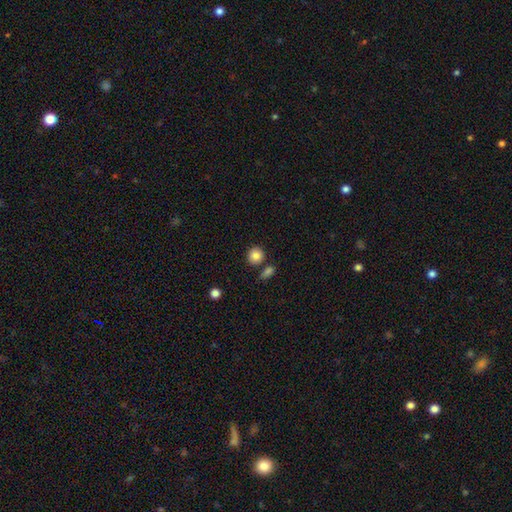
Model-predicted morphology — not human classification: Smooth or featured: smooth — 86% (star or artifact — 9%)
How rounded: round — 88% (in between — 11%)
Merging: none — 76% (merger — 12%)